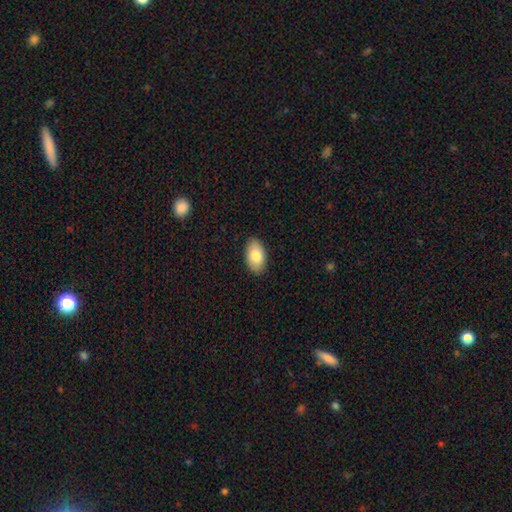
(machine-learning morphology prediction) Overall: smooth (81%). How rounded: in between (94%). Merging: none (88%).